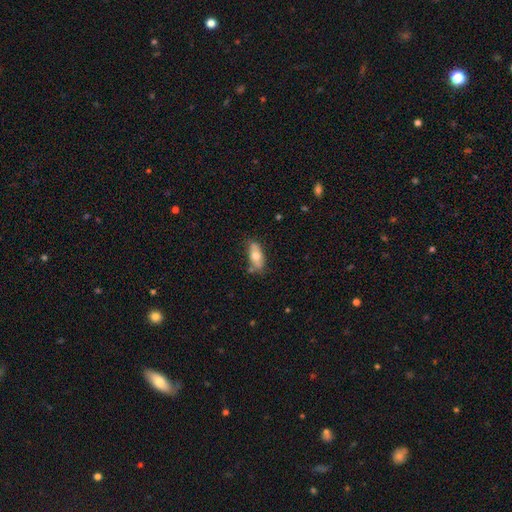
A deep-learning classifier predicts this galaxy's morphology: The model was most divided on "smooth or featured": smooth: 65%, featured or disk: 29%, star or artifact: 7%. More confident: how rounded — in between (83%); merging — none (72%).